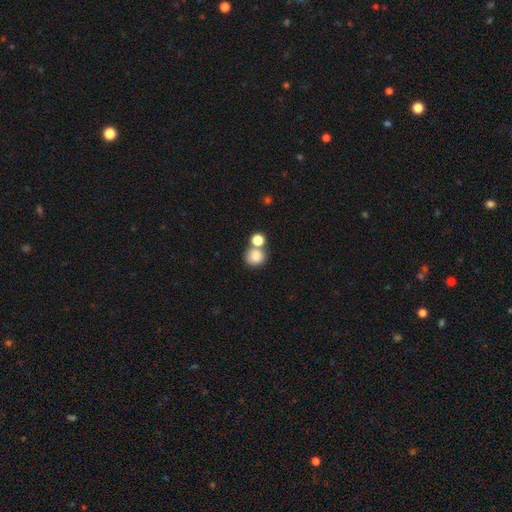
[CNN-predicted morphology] Smooth or featured? Predicted: smooth (p=0.80). How rounded? Predicted: round (p=0.80). Merging? Predicted: none (p=0.48).